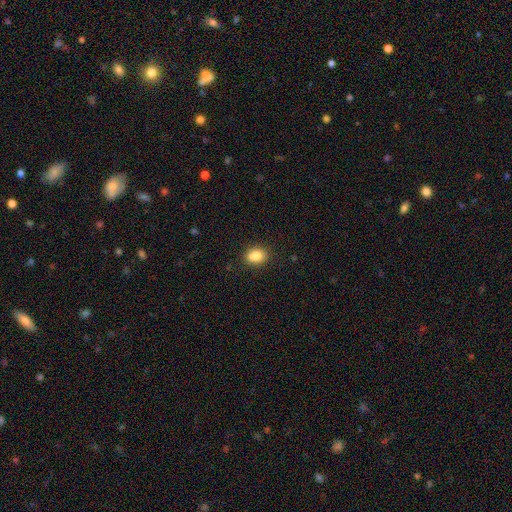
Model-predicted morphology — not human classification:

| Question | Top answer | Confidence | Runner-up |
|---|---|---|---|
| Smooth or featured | smooth | 84% | star or artifact (9%) |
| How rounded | in between | 64% | round (34%) |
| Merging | none | 76% | minor disturbance (15%) |